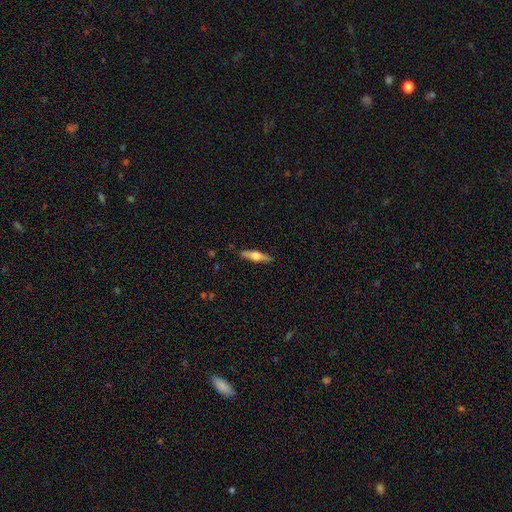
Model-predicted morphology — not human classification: featured or disk 57%, smooth 37%, star or artifact 6%. Down the decision tree: edge-on disk — yes (95%); edge-on bulge — rounded (93%); merging — none (89%).